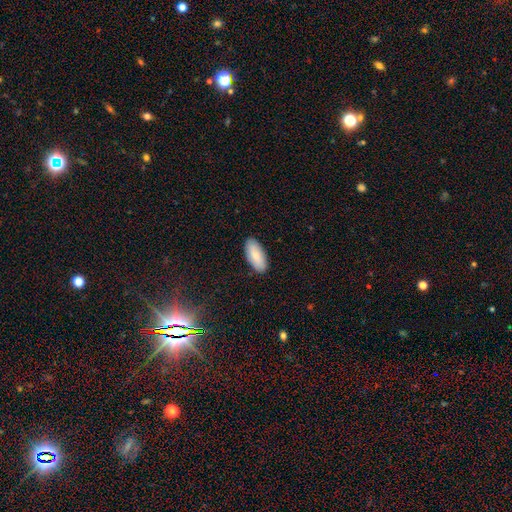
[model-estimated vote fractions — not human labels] Q: Smooth or featured?
A: smooth (84%); runner-up: featured or disk (10%)
Q: How rounded?
A: in between (86%); runner-up: cigar-shaped (12%)
Q: Merging?
A: none (89%); runner-up: minor disturbance (8%)